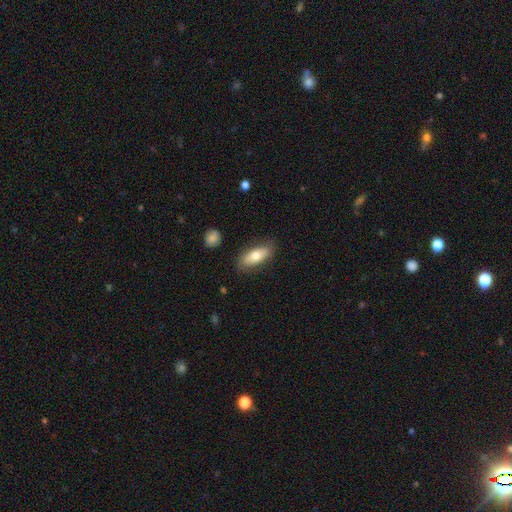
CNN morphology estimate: smooth 71%, featured or disk 22%, star or artifact 6%. Down the decision tree: how rounded — in between (78%); merging — none (82%).